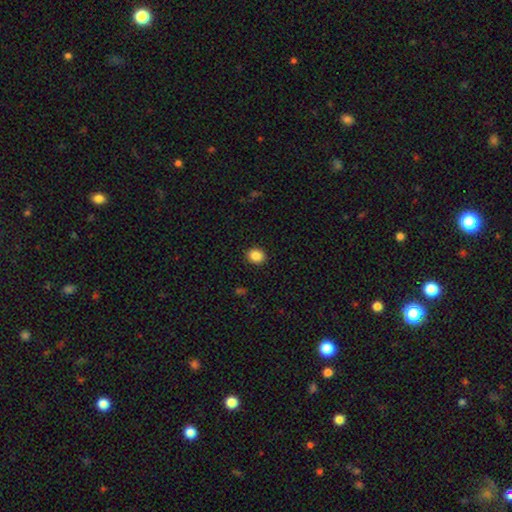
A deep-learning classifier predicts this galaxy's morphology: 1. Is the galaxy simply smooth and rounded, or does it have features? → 87% smooth, 9% star or artifact, 4% featured or disk.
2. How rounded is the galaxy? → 62% round, 37% in between, 1% cigar-shaped.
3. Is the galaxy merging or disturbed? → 91% none, 6% minor disturbance, 2% major disturbance, 1% merger.